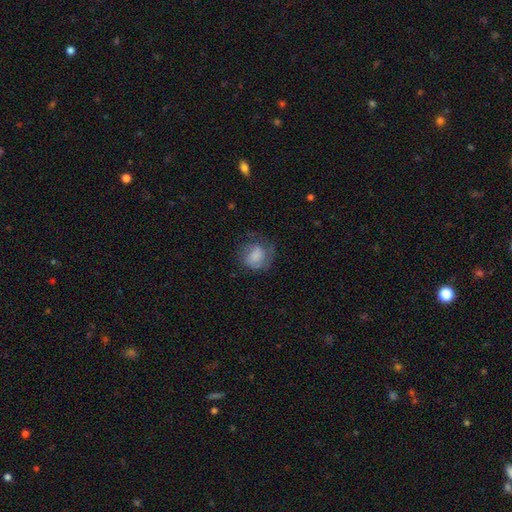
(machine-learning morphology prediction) smooth 58%, featured or disk 33%, star or artifact 9%. Down the decision tree: how rounded — round (71%); merging — none (53%).